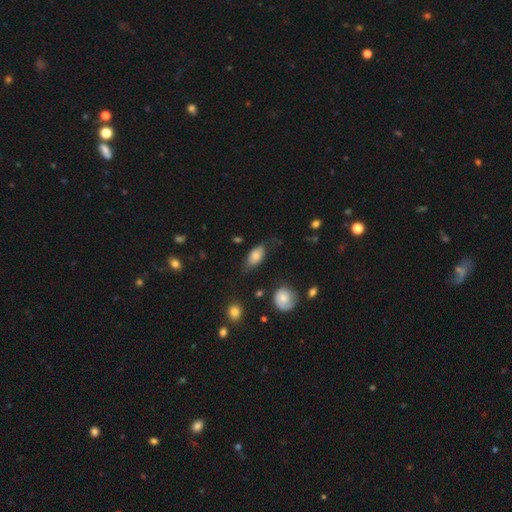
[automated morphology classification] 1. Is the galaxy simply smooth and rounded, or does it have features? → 73% smooth, 20% featured or disk, 8% star or artifact.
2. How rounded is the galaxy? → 89% in between, 6% round, 5% cigar-shaped.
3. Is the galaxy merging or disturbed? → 58% none, 30% minor disturbance, 10% major disturbance, 3% merger.